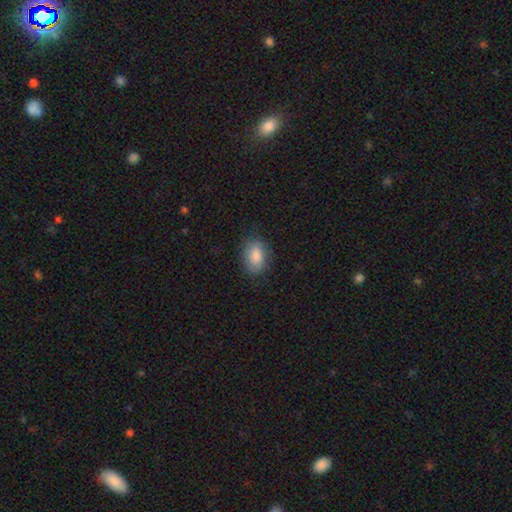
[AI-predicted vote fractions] This is clearly a smooth galaxy (84%). How rounded: clearly in between (82%). Merging: likely none (79%).